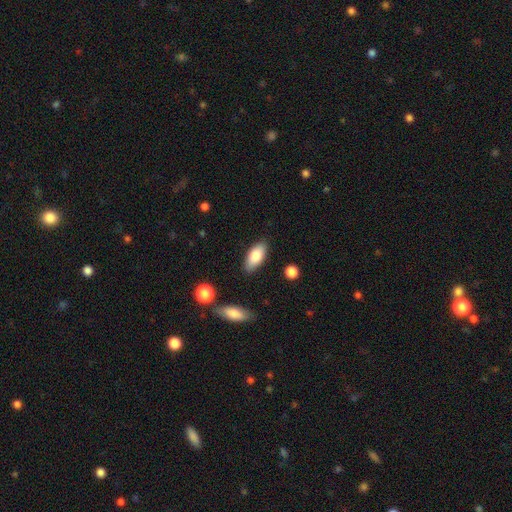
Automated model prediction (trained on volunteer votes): This appears to be a smooth galaxy with no disk features (82%) that is in between round and cigar-shaped (86%). Merging: none (84%).